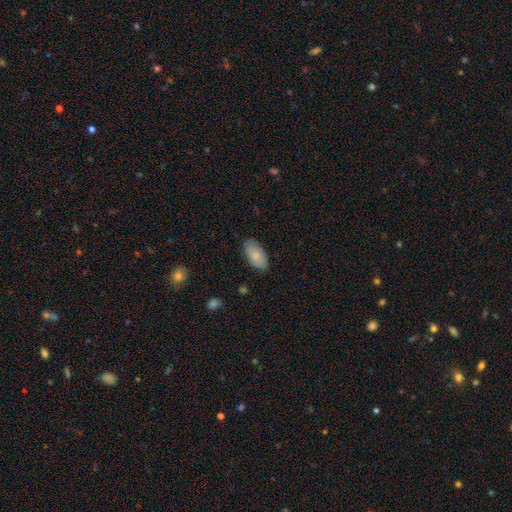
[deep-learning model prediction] Smooth or featured: smooth — 83% (featured or disk — 11%)
How rounded: in between — 94% (cigar-shaped — 3%)
Merging: none — 83% (minor disturbance — 13%)